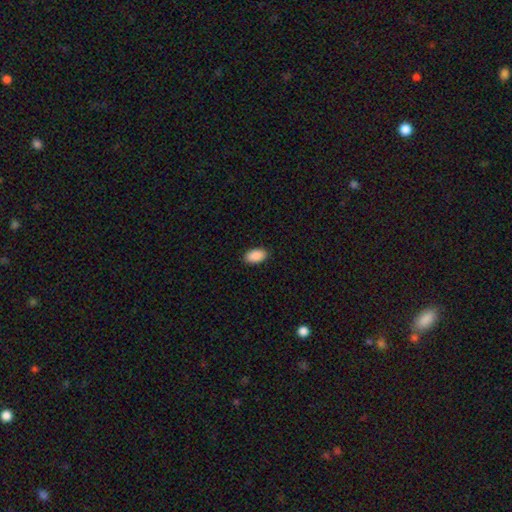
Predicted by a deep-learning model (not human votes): Q: Smooth or featured?
A: smooth (91%); runner-up: star or artifact (7%)
Q: How rounded?
A: in between (94%); runner-up: round (4%)
Q: Merging?
A: none (89%); runner-up: minor disturbance (8%)